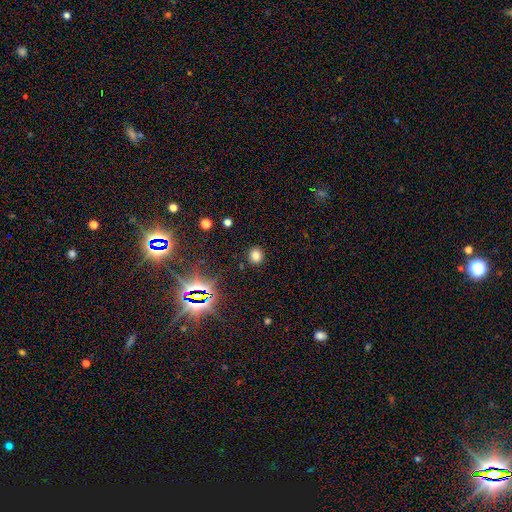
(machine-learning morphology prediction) Smooth or featured: smooth — 76% (star or artifact — 18%)
How rounded: round — 84% (in between — 15%)
Merging: none — 90% (minor disturbance — 6%)